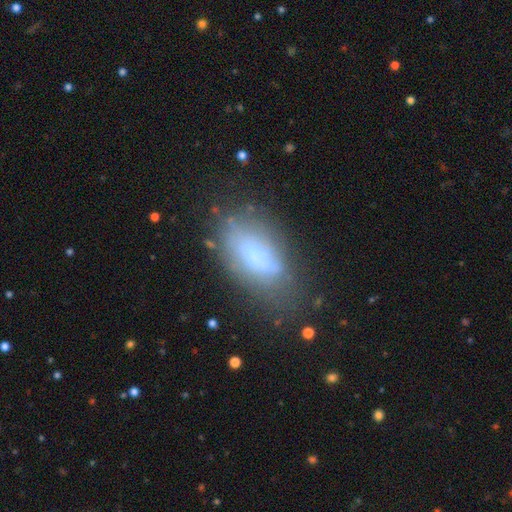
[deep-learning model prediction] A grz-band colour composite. It shows a smooth galaxy with no disk features (62%) that is in between round and cigar-shaped (89%). Merging: none (53%).